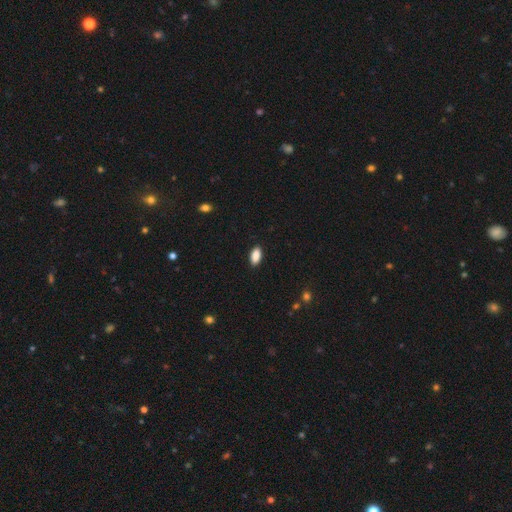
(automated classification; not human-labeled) smooth 89%, star or artifact 7%, featured or disk 4%. Down the decision tree: how rounded — in between (91%); merging — none (89%).